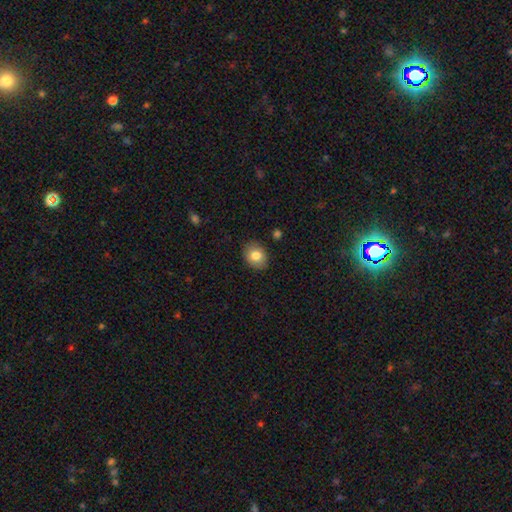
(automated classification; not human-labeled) A smooth galaxy with no disk features (82%) that is in between round and cigar-shaped (52%). Merging: none (86%).